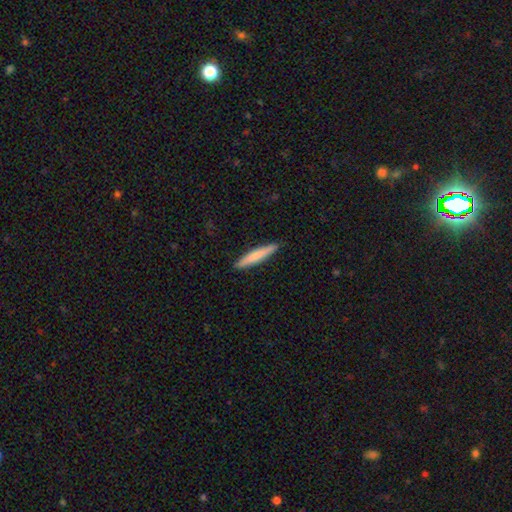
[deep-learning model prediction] smooth_or_featured: smooth (p=0.71) [alt: featured or disk p=0.23]
how_rounded: cigar-shaped (p=0.93) [alt: in between p=0.05]
merging: none (p=0.90) [alt: minor disturbance p=0.08]